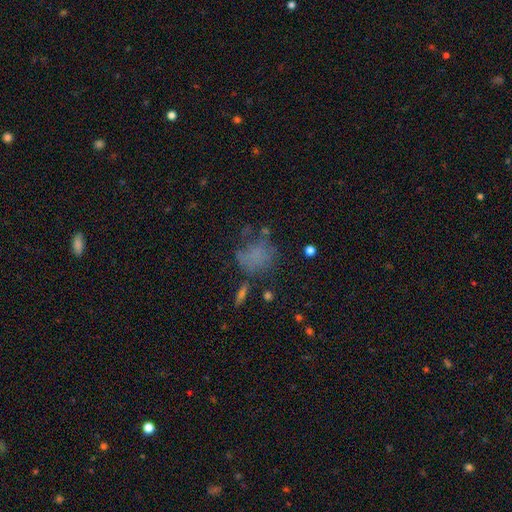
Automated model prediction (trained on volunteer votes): Smooth or featured? Predicted: smooth (p=0.57). How rounded? Predicted: round (p=0.57). Merging? Predicted: none (p=0.45).